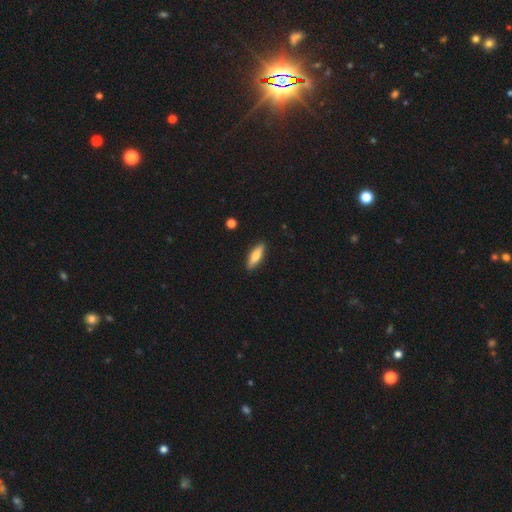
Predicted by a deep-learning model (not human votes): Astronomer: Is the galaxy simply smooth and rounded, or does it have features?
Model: smooth — 72%.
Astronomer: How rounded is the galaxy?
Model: cigar-shaped — 54% (runner-up: in between, 44%).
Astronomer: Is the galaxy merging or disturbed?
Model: none — 90%.